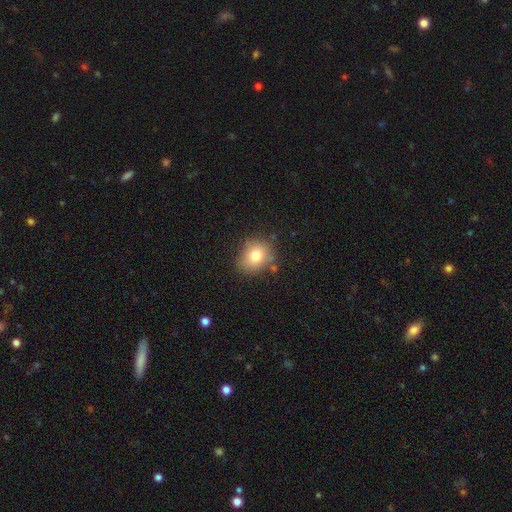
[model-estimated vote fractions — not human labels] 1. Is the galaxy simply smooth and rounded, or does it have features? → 77% smooth, 12% featured or disk, 11% star or artifact.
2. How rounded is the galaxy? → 65% round, 34% in between, 1% cigar-shaped.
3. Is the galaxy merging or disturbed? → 75% none, 17% minor disturbance, 4% major disturbance, 4% merger.